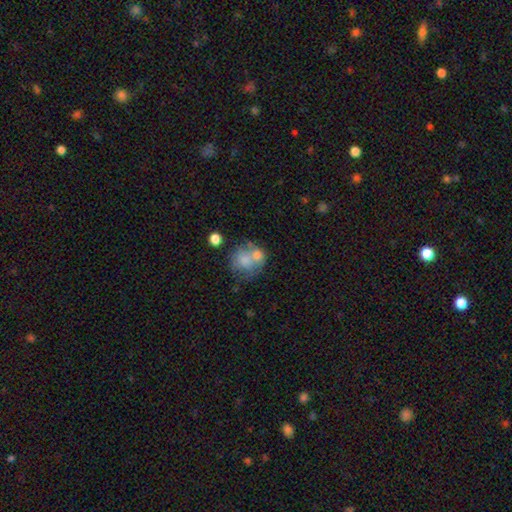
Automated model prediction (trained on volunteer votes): This appears to be a smooth galaxy with no disk features (64%) that is round (73%). Merging: merger (45%).